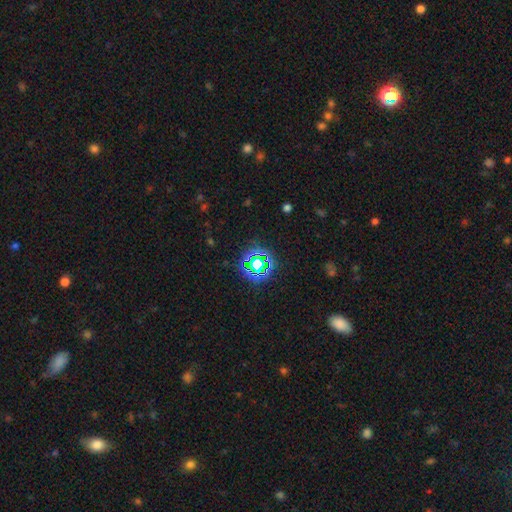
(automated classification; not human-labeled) Smooth or featured: star or artifact — 75% (smooth — 18%)